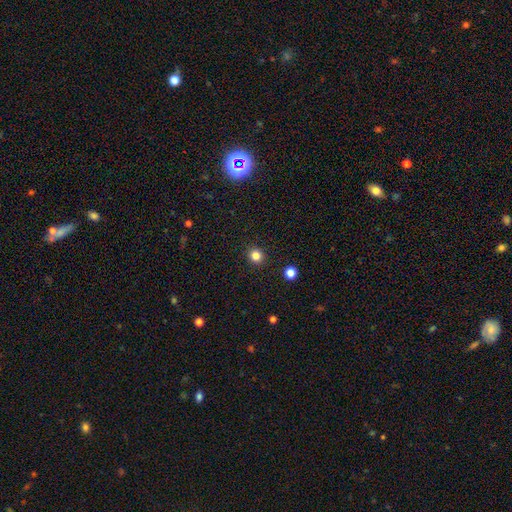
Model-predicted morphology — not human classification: Smooth or featured?
  - smooth: 83% *
  - star or artifact: 13%
  - featured or disk: 4%
How rounded?
  - round: 91% *
  - in between: 8%
  - cigar-shaped: 1%
Merging?
  - none: 93% *
  - minor disturbance: 5%
  - major disturbance: 2%
  - merger: 1%